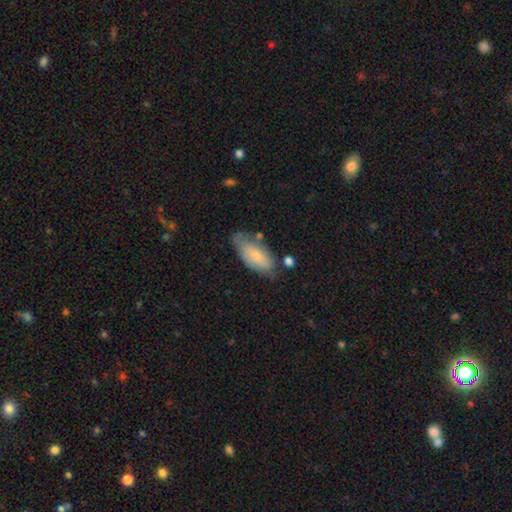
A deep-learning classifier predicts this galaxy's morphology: type=smooth (68%); roundness=in between (86%); merging=none (55%).